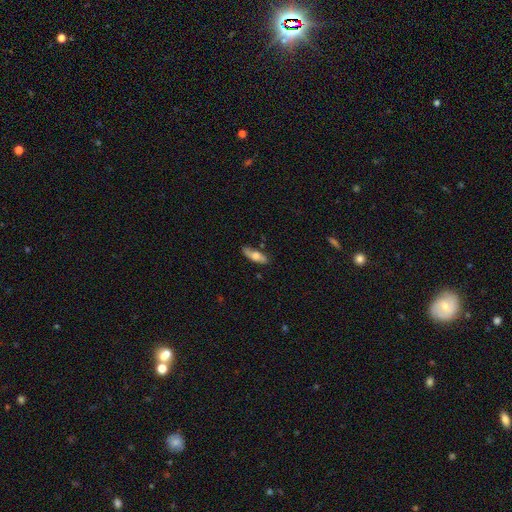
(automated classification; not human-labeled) Smooth or featured? Predicted: smooth (p=0.64). How rounded? Predicted: in between (p=0.50). Merging? Predicted: none (p=0.76).